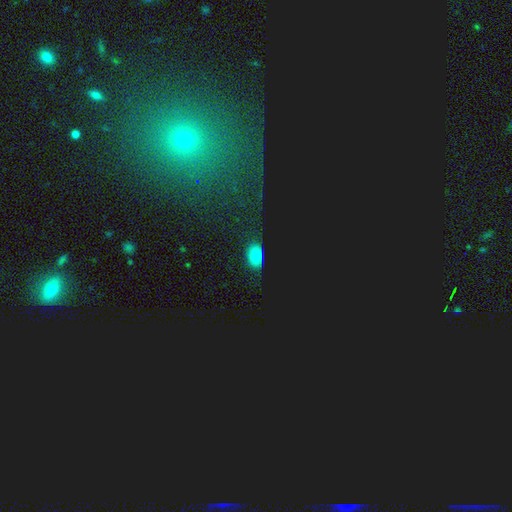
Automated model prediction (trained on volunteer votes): Overall: smooth (66%). How rounded: in between (83%). Merging: none (76%).